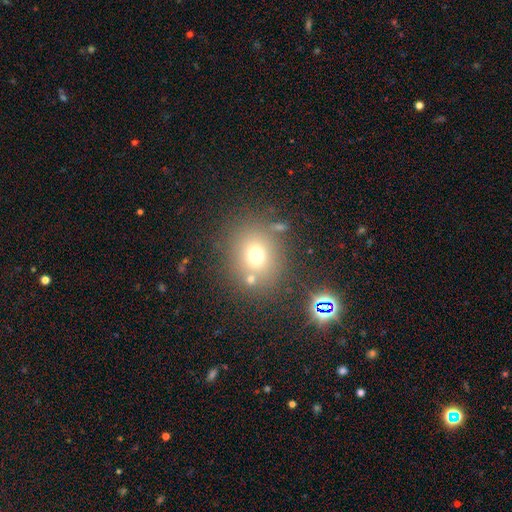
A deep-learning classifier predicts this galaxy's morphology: type=smooth (69%); roundness=round (73%); merging=none (73%).